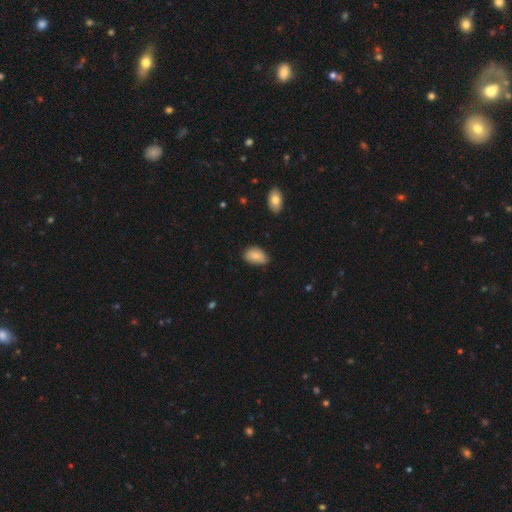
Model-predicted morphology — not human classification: smooth 82%, featured or disk 11%, star or artifact 7%. Down the decision tree: how rounded — in between (92%); merging — none (64%).